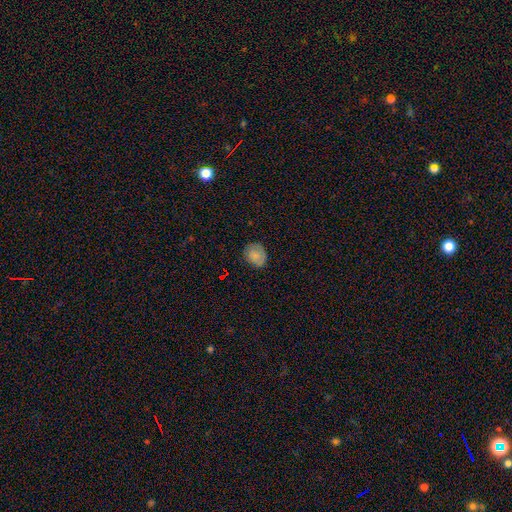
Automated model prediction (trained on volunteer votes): A smooth galaxy with no disk features (77%) that is round (61%). Merging: none (78%).